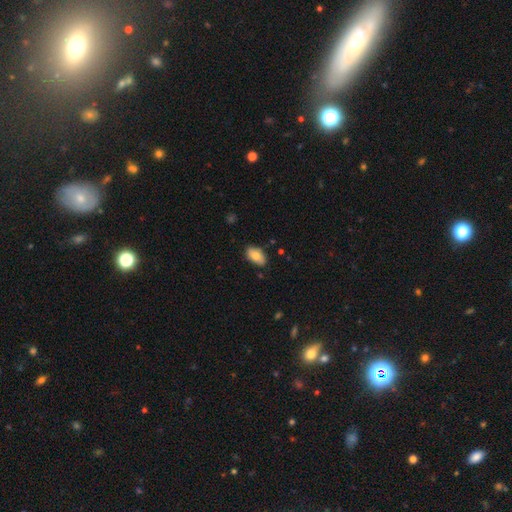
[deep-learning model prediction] Smooth or featured?
  - smooth: 79% *
  - featured or disk: 14%
  - star or artifact: 7%
How rounded?
  - in between: 93% *
  - round: 5%
  - cigar-shaped: 2%
Merging?
  - none: 83% *
  - minor disturbance: 13%
  - major disturbance: 2%
  - merger: 1%